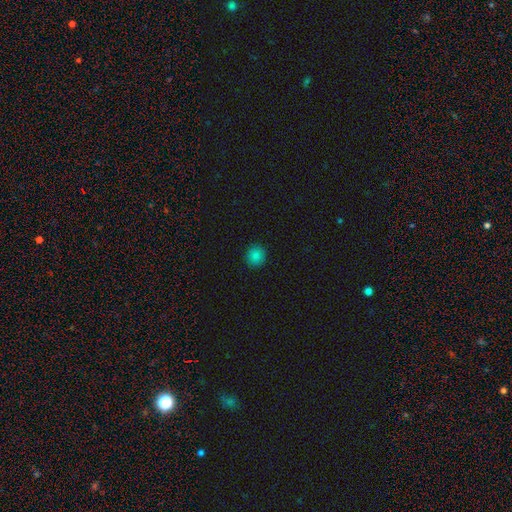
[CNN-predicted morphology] Q: Smooth or featured?
A: smooth (83%); runner-up: star or artifact (13%)
Q: How rounded?
A: round (88%); runner-up: in between (11%)
Q: Merging?
A: none (91%); runner-up: minor disturbance (6%)